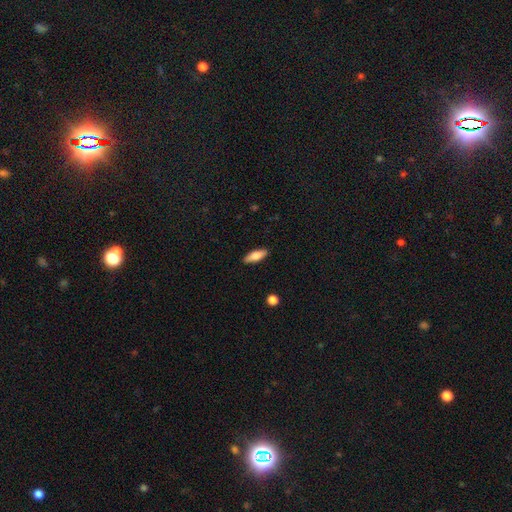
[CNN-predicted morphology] smooth-or-featured: smooth: 76% | featured or disk: 18% | star or artifact: 6%
  how-rounded: in between: 63% | cigar-shaped: 35% | round: 2%
  merging: none: 89% | minor disturbance: 8% | major disturbance: 2% | merger: 1%